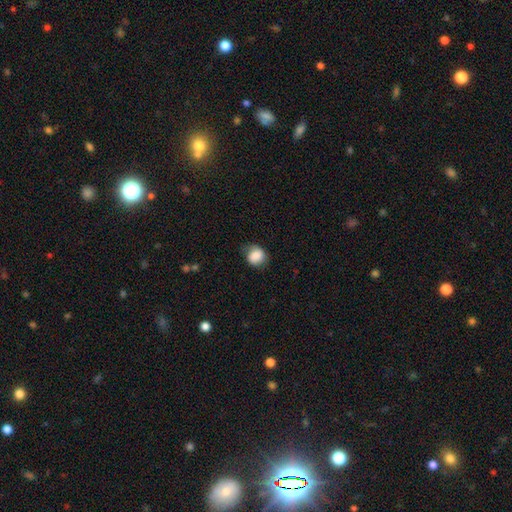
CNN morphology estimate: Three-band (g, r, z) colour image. It shows a smooth galaxy with no disk features (82%) that is round (68%). Merging: none (58%).